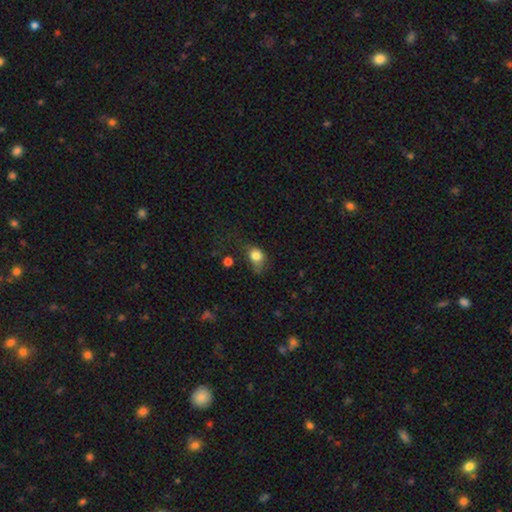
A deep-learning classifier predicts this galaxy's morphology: smooth-or-featured: smooth: 80% | star or artifact: 10% | featured or disk: 10%
  how-rounded: in between: 51% | round: 47% | cigar-shaped: 2%
  merging: none: 40% | minor disturbance: 35% | major disturbance: 21% | merger: 4%